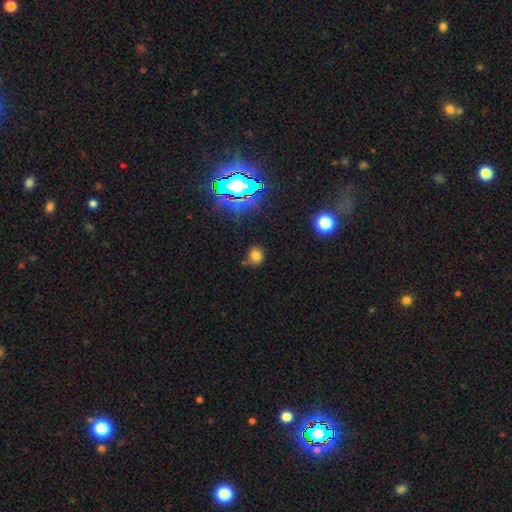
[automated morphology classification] A smooth galaxy with no disk features (70%) that is round (75%).

Vote fractions:
- Smooth or featured? smooth: 70% / star or artifact: 21% / featured or disk: 8%
- How rounded? round: 75% / in between: 24% / cigar-shaped: 1%
- Merging? none: 71% / minor disturbance: 18% / merger: 6% / major disturbance: 5%